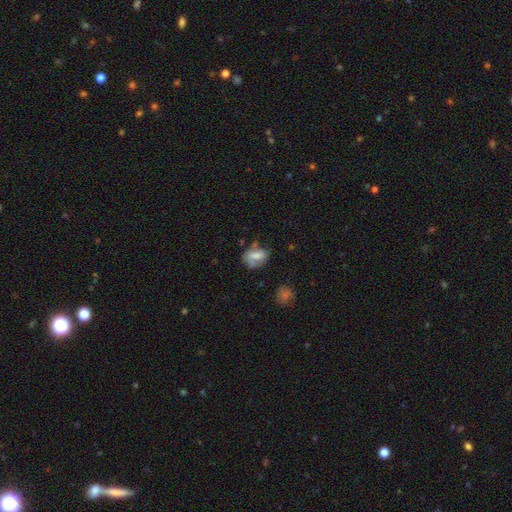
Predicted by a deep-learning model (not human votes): Q: Smooth or featured?
A: smooth (67%); runner-up: featured or disk (24%)
Q: How rounded?
A: in between (74%); runner-up: round (23%)
Q: Merging?
A: none (43%); runner-up: minor disturbance (30%)